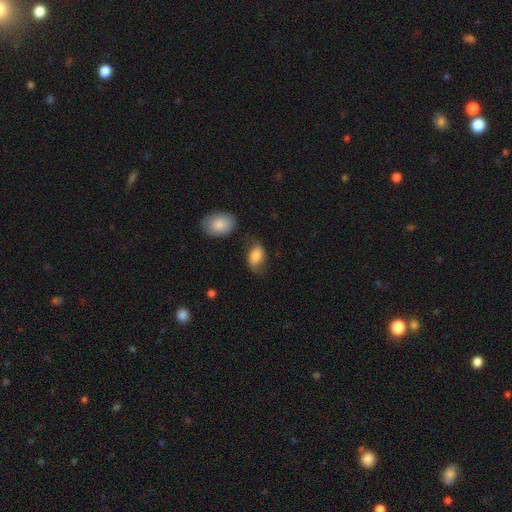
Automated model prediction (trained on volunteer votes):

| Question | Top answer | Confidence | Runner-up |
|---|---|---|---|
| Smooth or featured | smooth | 81% | featured or disk (12%) |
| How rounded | in between | 89% | round (9%) |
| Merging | none | 62% | minor disturbance (25%) |